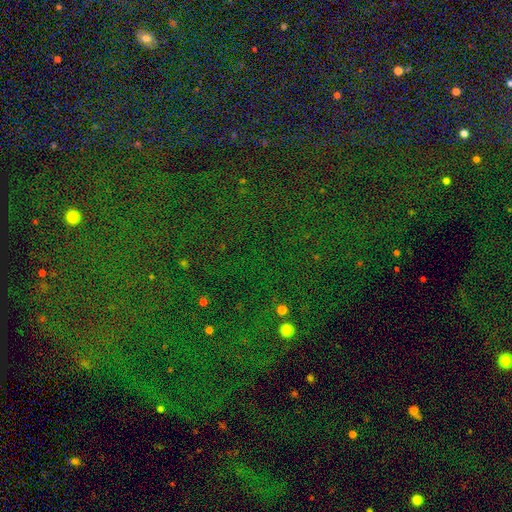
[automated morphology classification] Smooth or featured: star or artifact — 82% (smooth — 10%)